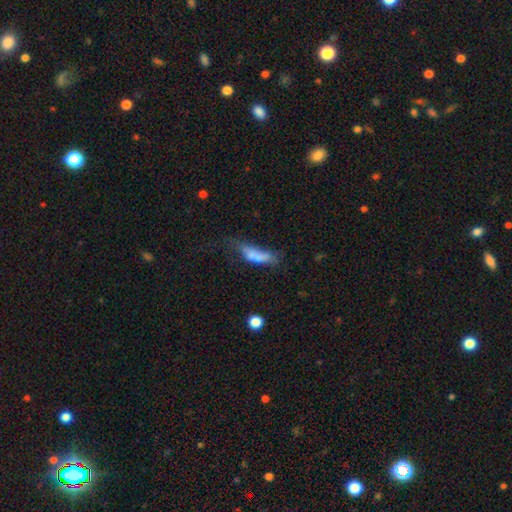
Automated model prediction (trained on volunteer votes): Overall: smooth (63%; featured or disk 26%). How rounded: cigar-shaped (48%, tied with in between). Merging: major disturbance (35%; none 25%).